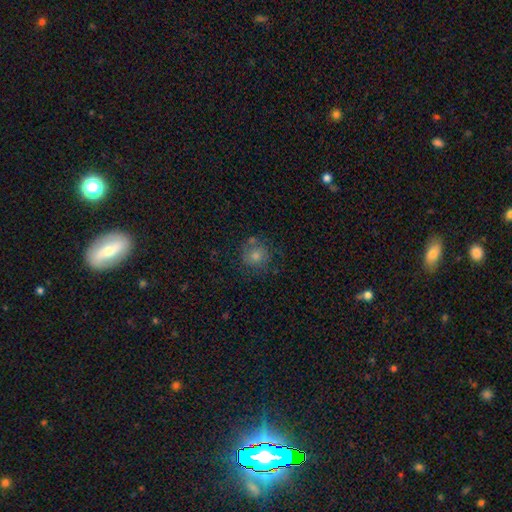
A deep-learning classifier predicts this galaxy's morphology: smooth_or_featured: smooth (p=0.54) [alt: featured or disk p=0.25]
how_rounded: round (p=0.89) [alt: in between p=0.10]
merging: none (p=0.75) [alt: minor disturbance p=0.14]